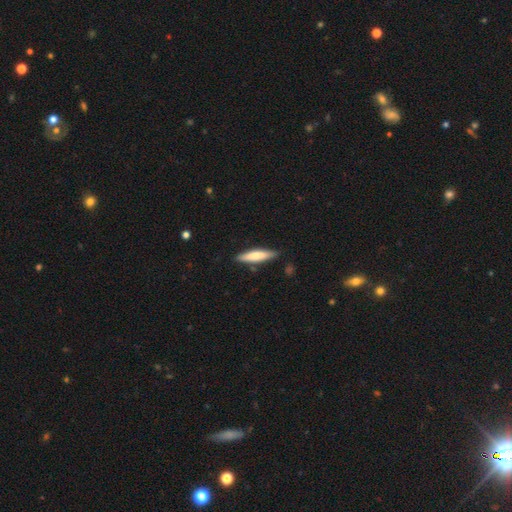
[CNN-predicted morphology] Overall: smooth (71%). How rounded: cigar-shaped (78%). Merging: none (84%).